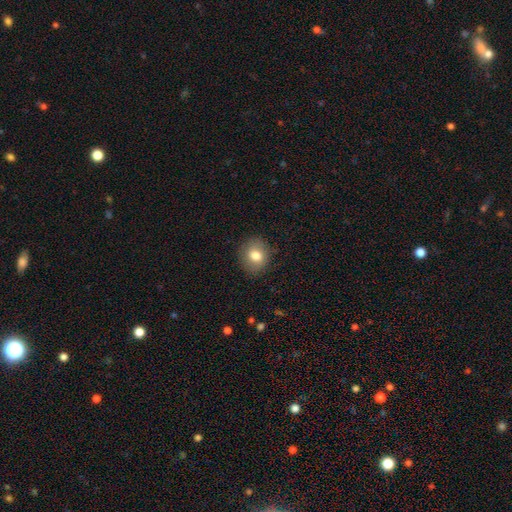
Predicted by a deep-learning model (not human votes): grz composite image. It shows a smooth galaxy with no disk features (78%) that is round (71%). Merging: none (87%).